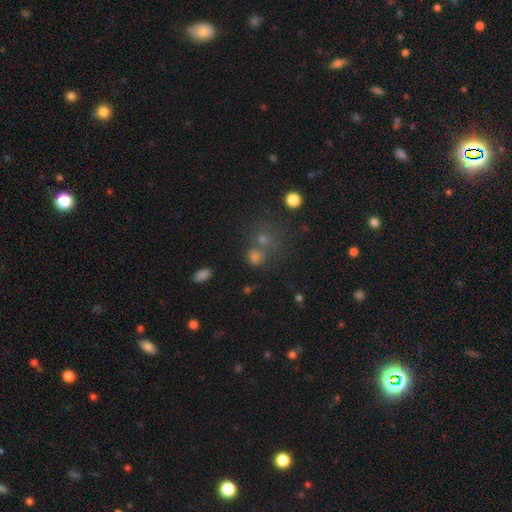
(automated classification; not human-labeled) smooth 58%, star or artifact 31%, featured or disk 11%. Down the decision tree: how rounded — round (78%); merging — none (54%).